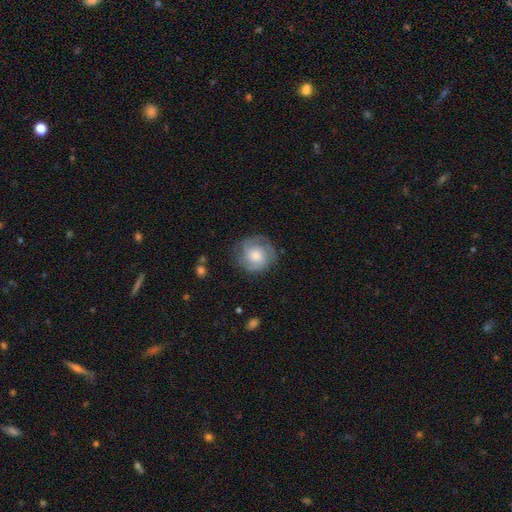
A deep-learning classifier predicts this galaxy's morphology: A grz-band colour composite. It shows a featured or disk galaxy (51%) with no bar (75%), spiral arms (87%) and a moderate central bulge (49%). Merging: none (77%).